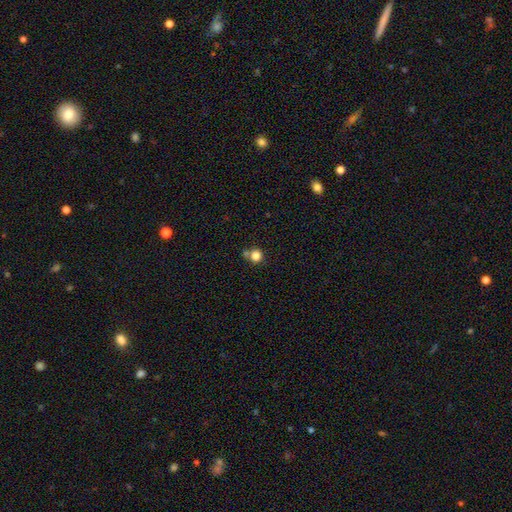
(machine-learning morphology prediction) Smooth or featured: smooth — 82% (star or artifact — 12%)
How rounded: round — 90% (in between — 9%)
Merging: none — 62% (merger — 23%)